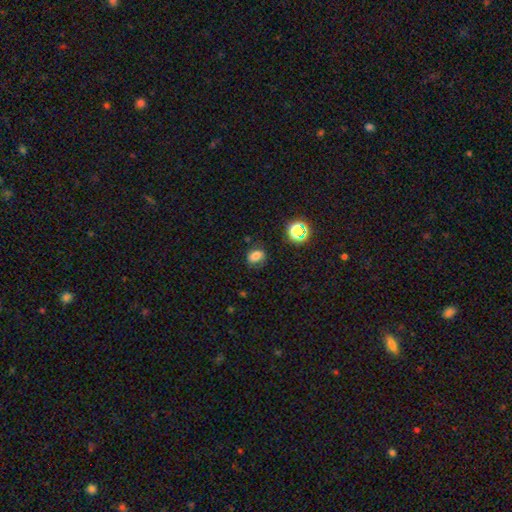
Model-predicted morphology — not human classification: This is likely a smooth galaxy (73%). How rounded: likely in between (61%). Merging: likely none (70%).